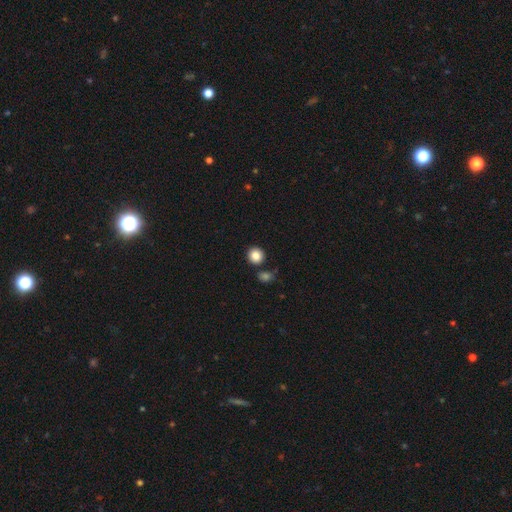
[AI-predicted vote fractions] Smooth or featured? Predicted: smooth (p=0.86). How rounded? Predicted: round (p=0.89). Merging? Predicted: none (p=0.83).